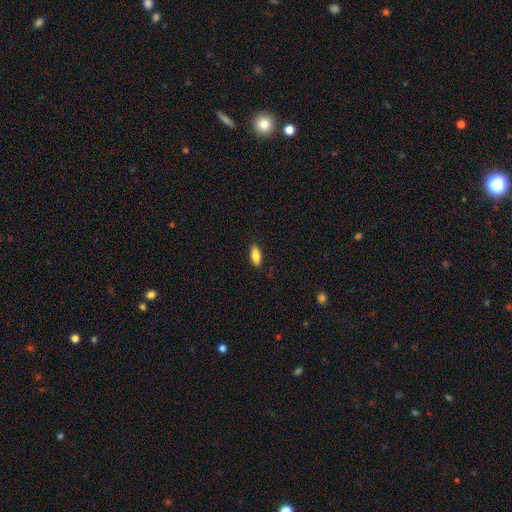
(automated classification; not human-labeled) The model was most divided on "how rounded": in between: 82%, cigar-shaped: 16%, round: 2%. More confident: merging — none (88%); smooth or featured — smooth (87%).